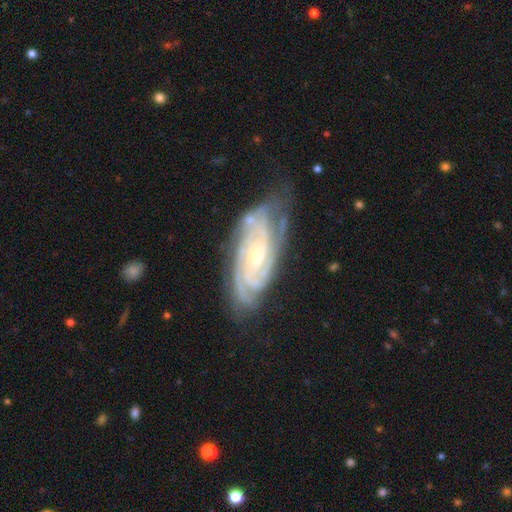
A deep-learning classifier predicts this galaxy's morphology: smooth_or_featured: featured or disk (p=0.89) [alt: smooth p=0.06]
disk_edge_on: no (p=0.94) [alt: yes p=0.06]
bar: no (p=0.61) [alt: weak p=0.29]
has_spiral_arms: yes (p=0.98) [alt: no p=0.02]
spiral_winding: tight (p=0.74) [alt: medium p=0.23]
spiral_arm_count: 3 (p=0.29) [alt: 4 p=0.22]
bulge_size: small (p=0.59) [alt: moderate p=0.36]
merging: none (p=0.70) [alt: minor disturbance p=0.22]